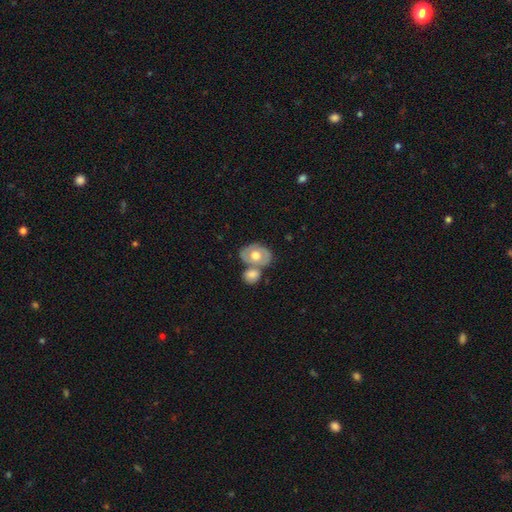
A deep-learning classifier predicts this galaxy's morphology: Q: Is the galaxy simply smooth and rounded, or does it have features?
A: featured or disk — 53%.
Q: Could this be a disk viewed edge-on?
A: no — 95%.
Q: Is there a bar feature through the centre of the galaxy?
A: no — 84%.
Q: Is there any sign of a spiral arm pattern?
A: no — 57%.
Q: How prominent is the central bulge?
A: moderate — 68%.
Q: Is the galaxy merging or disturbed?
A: none — 42%.